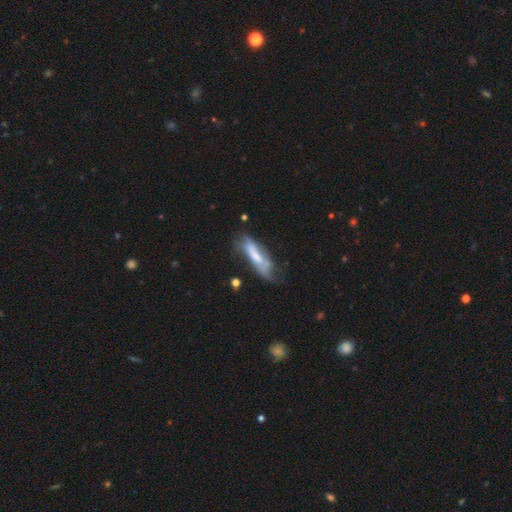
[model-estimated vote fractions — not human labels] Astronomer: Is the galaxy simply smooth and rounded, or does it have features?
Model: smooth — 47% (runner-up: featured or disk, 45%).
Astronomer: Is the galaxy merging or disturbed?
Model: none — 35% (runner-up: minor disturbance, 30%).